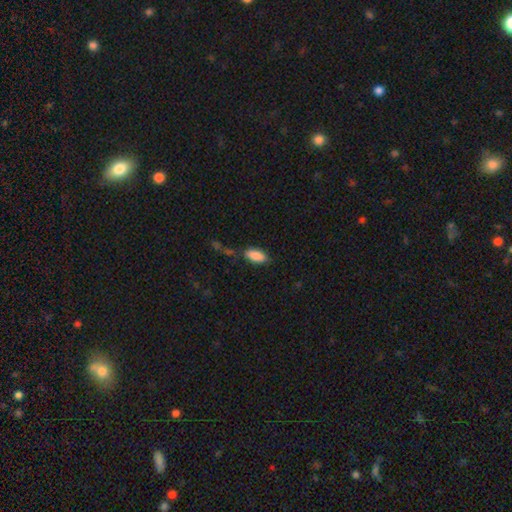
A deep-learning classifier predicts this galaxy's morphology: smooth-or-featured: smooth: 87% | star or artifact: 7% | featured or disk: 6%
  how-rounded: in between: 87% | cigar-shaped: 11% | round: 2%
  merging: none: 70% | minor disturbance: 18% | merger: 7% | major disturbance: 6%